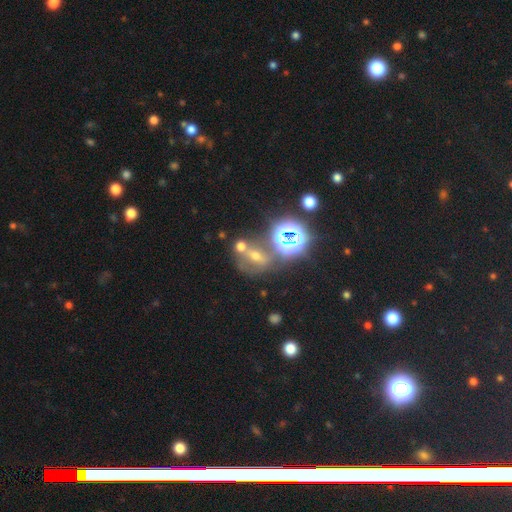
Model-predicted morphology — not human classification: Smooth or featured?
  - star or artifact: 45% *
  - smooth: 28%
  - featured or disk: 27%